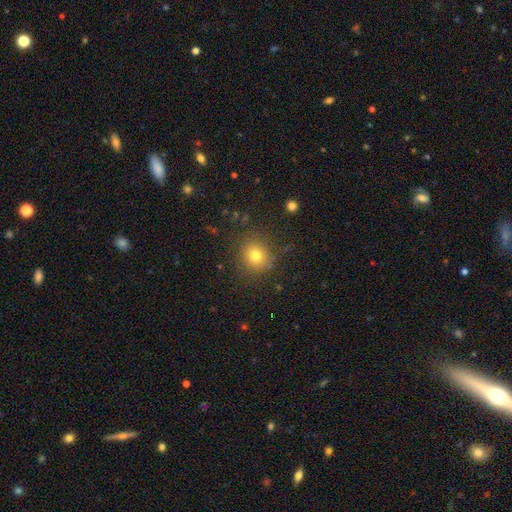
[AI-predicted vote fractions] This is likely a smooth galaxy (76%). How rounded: clearly round (86%). Merging: clearly none (84%).